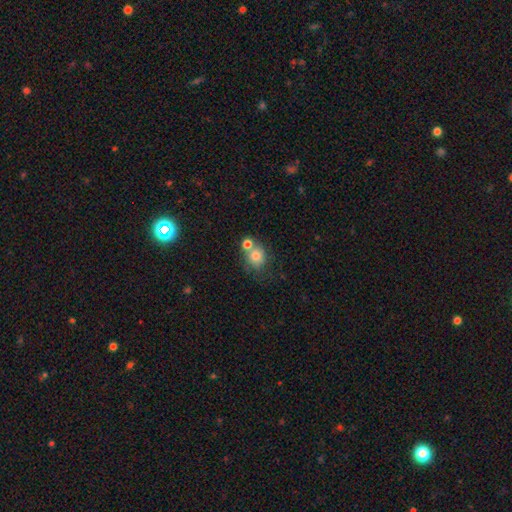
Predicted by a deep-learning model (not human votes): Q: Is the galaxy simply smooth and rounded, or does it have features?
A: smooth — 77%.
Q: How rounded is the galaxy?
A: round — 73%.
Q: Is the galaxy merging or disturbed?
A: none — 45%.